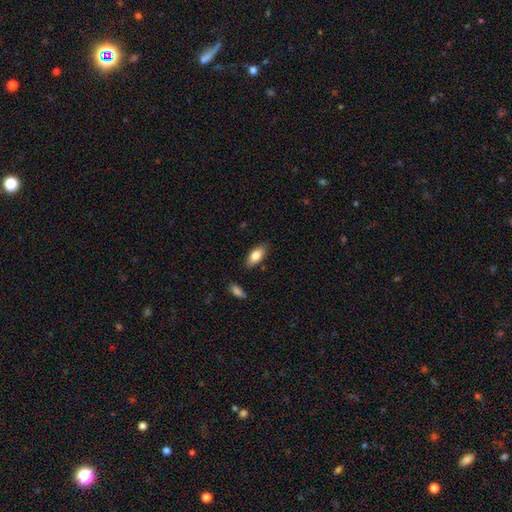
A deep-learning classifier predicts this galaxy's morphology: Smooth or featured? smooth (81%)
How rounded? in between (88%)
Merging? none (84%)